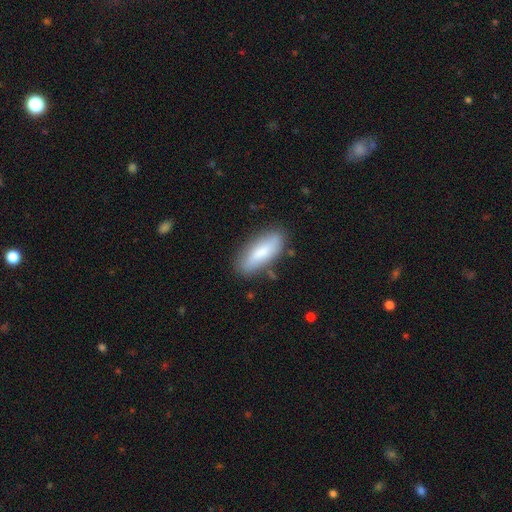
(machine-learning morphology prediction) Smooth or featured? smooth (77%)
How rounded? in between (64%)
Merging? none (79%)